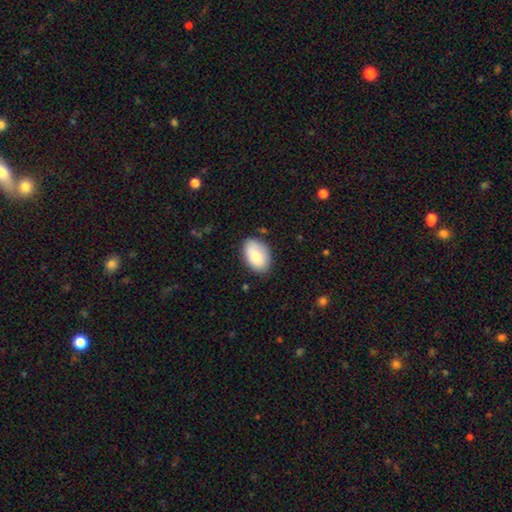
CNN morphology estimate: type=smooth (84%); roundness=in between (90%); merging=none (80%).